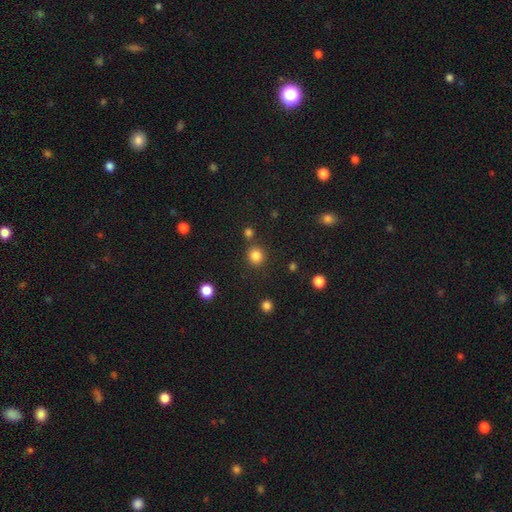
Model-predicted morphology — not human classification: Smooth or featured?
  - smooth: 83% *
  - star or artifact: 12%
  - featured or disk: 4%
How rounded?
  - round: 90% *
  - in between: 9%
  - cigar-shaped: 1%
Merging?
  - none: 83% *
  - minor disturbance: 7%
  - merger: 7%
  - major disturbance: 3%